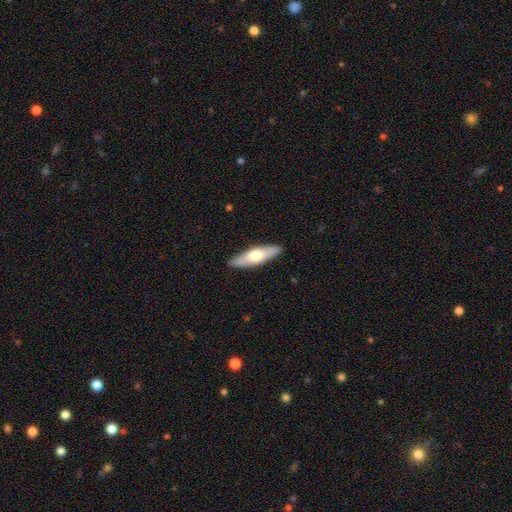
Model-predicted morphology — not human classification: Overall: smooth (56%; featured or disk 39%). How rounded: cigar-shaped (54%; in between 43%). Merging: none (88%).